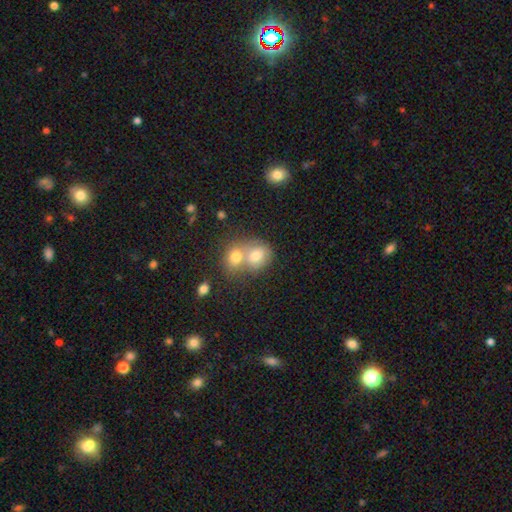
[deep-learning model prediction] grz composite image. It shows a smooth galaxy with no disk features (72%) that is round (63%). Merging: merger (62%).